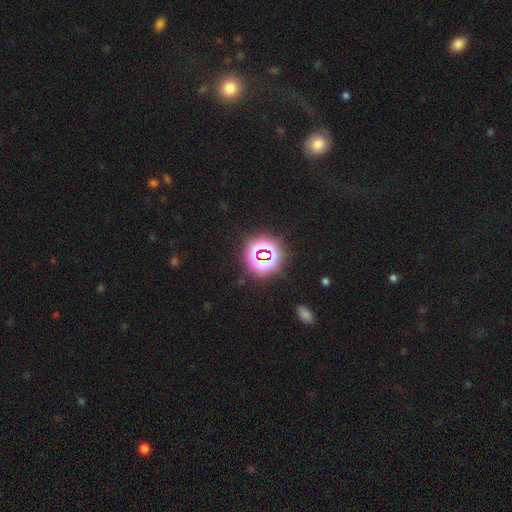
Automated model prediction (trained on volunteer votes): Morphology: type=star or artifact (75%).